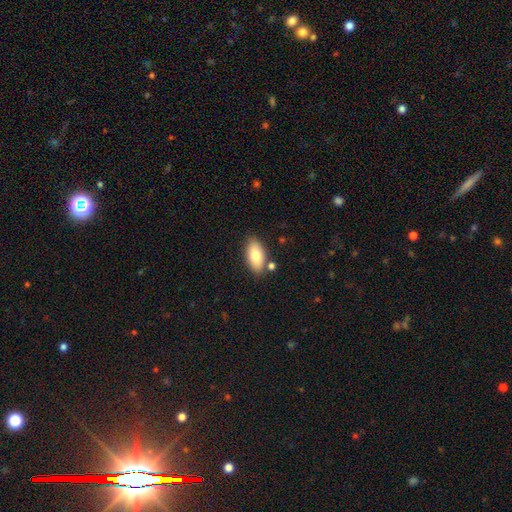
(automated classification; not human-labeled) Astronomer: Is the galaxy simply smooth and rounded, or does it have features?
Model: smooth — 80%.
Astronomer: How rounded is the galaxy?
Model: in between — 92%.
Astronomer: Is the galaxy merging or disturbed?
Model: none — 79%.